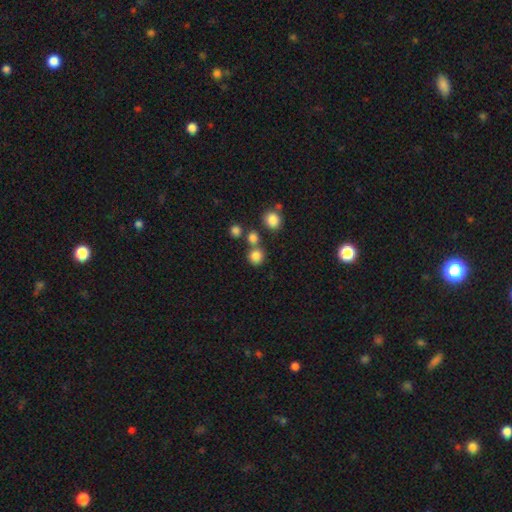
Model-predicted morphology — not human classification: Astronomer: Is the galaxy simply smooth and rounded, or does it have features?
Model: smooth — 81%.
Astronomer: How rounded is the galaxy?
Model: round — 89%.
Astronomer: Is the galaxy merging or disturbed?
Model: none — 69%.